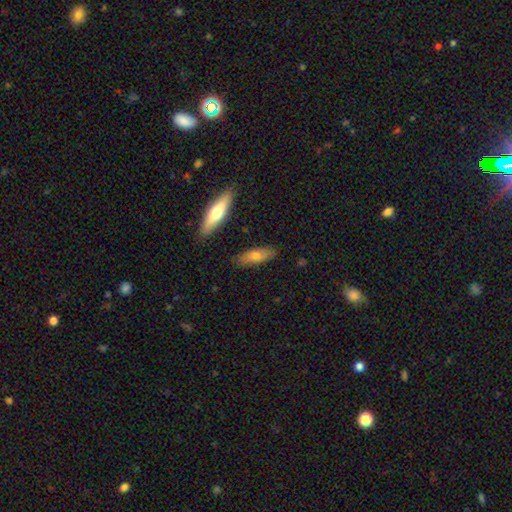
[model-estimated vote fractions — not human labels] Morphology: type=smooth (64%); roundness=cigar-shaped (52%); merging=none (84%).